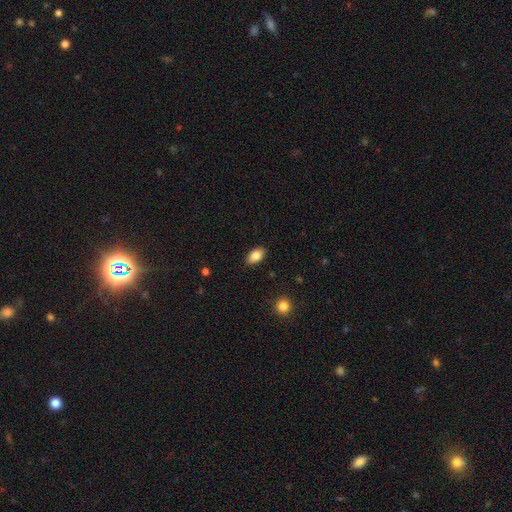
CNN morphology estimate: A smooth galaxy with no disk features (84%) that is in between round and cigar-shaped (91%). Merging: none (87%).